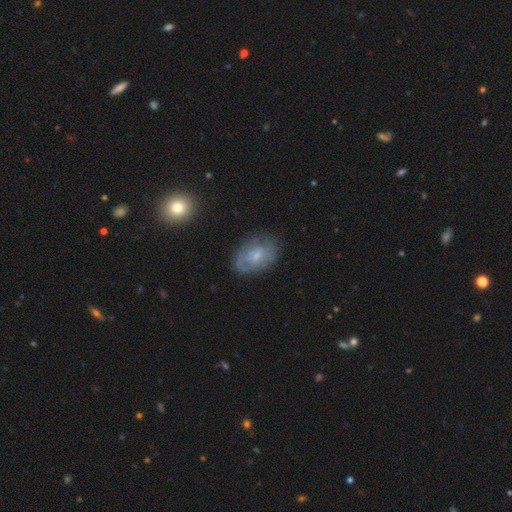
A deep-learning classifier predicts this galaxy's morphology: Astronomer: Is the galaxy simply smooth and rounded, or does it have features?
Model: featured or disk — 52% (runner-up: smooth, 39%).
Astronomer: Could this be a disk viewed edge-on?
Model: no — 96%.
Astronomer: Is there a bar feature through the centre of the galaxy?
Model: no — 62%.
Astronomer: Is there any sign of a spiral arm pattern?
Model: yes — 63%.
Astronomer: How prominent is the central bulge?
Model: small — 57%.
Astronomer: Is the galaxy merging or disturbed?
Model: none — 67%.